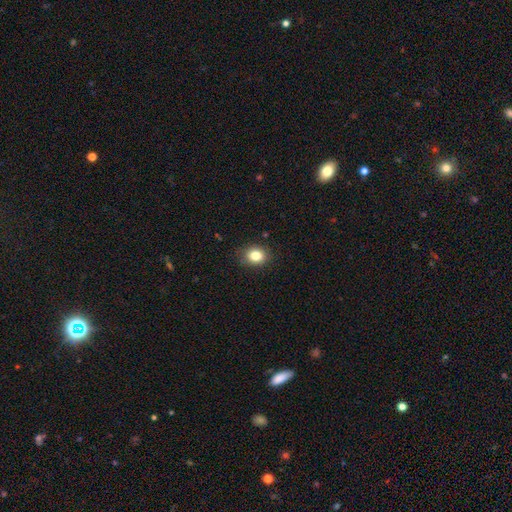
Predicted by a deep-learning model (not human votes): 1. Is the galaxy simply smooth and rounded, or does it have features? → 83% smooth, 10% star or artifact, 7% featured or disk.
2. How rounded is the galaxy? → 56% round, 43% in between, 1% cigar-shaped.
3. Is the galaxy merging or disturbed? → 86% none, 11% minor disturbance, 2% major disturbance, 1% merger.